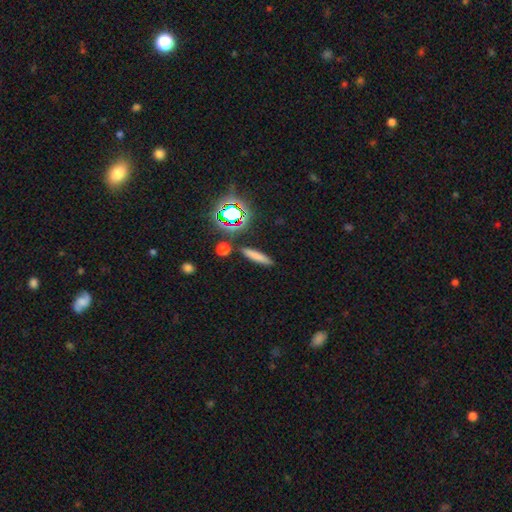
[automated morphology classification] type=smooth (73%); roundness=cigar-shaped (84%); merging=none (86%).